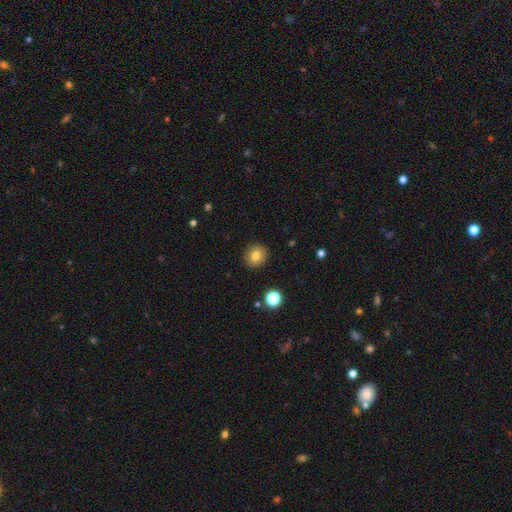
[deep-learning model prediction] This is likely a smooth galaxy (79%). How rounded: likely round (80%). Merging: clearly none (90%).